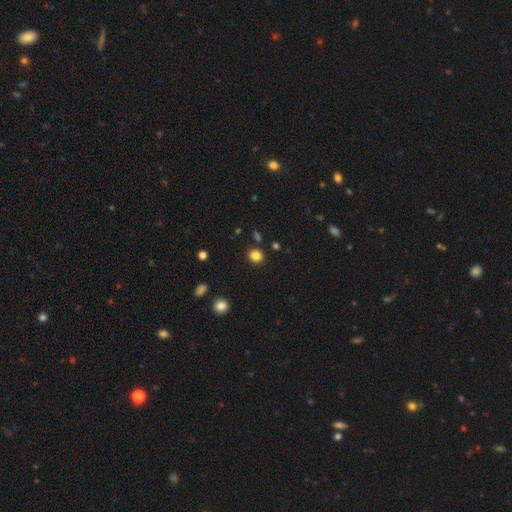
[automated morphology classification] smooth_or_featured: smooth (p=0.84) [alt: star or artifact p=0.12]
how_rounded: round (p=0.72) [alt: in between p=0.27]
merging: none (p=0.87) [alt: minor disturbance p=0.08]